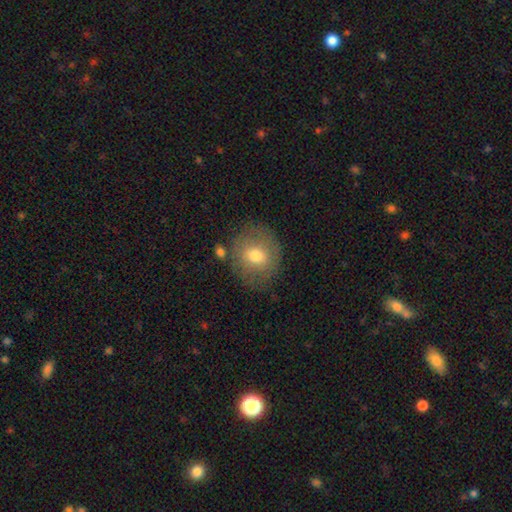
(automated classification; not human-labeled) A smooth galaxy with no disk features (68%) that is round (78%). Merging: none (76%).